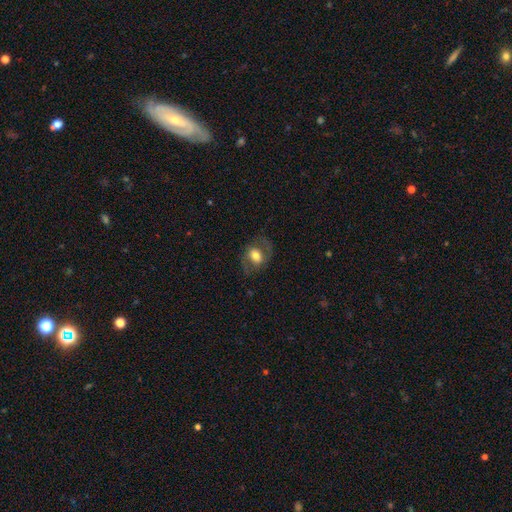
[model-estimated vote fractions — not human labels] Smooth or featured? Predicted: smooth (p=0.48). Merging? Predicted: none (p=0.71).